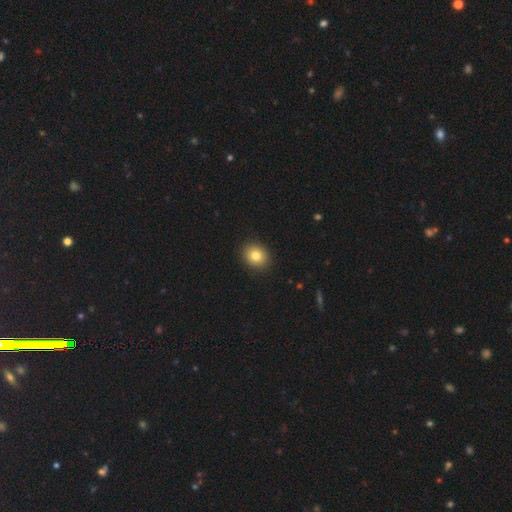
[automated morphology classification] The model was most divided on "how rounded": round: 68%, in between: 31%, cigar-shaped: 1%. More confident: merging — none (91%); smooth or featured — smooth (81%).